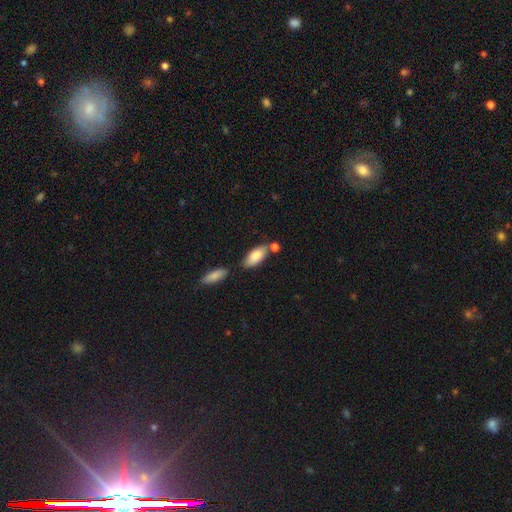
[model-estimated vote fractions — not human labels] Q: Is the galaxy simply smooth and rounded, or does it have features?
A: smooth — 83%.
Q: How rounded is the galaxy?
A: in between — 85%.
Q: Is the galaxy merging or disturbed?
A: none — 62%.